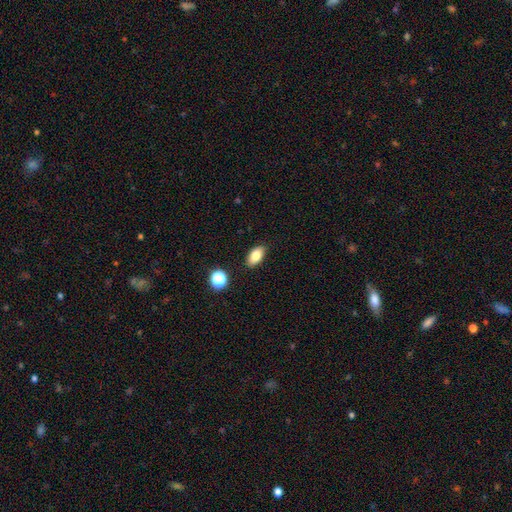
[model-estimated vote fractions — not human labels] A smooth galaxy with no disk features (81%) that is in between round and cigar-shaped (90%). Merging: none (87%).